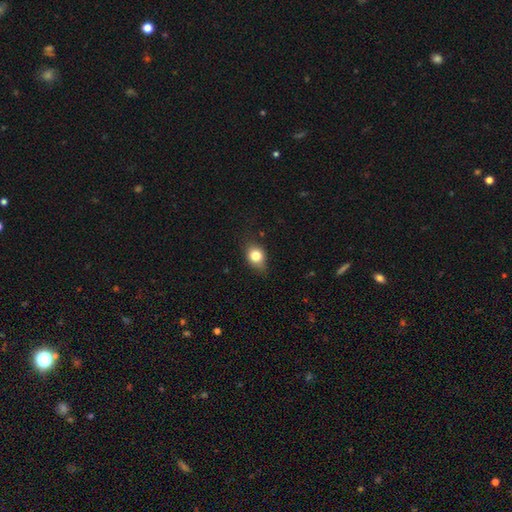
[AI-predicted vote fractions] Morphology: type=smooth (77%); roundness=in between (52%); merging=none (68%).